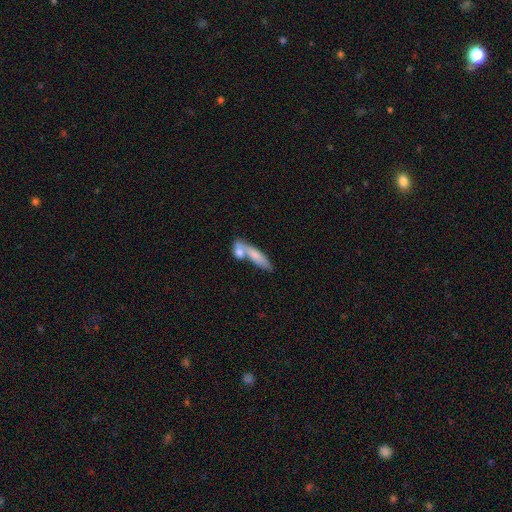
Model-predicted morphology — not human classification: Smooth or featured? smooth (73%)
How rounded? cigar-shaped (55%)
Merging? merger (54%)